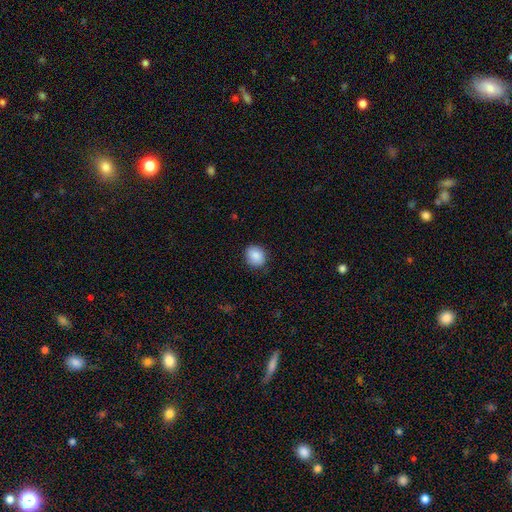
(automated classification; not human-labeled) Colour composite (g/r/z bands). It shows a smooth galaxy with no disk features (88%) that is round (58%). Merging: none (84%).